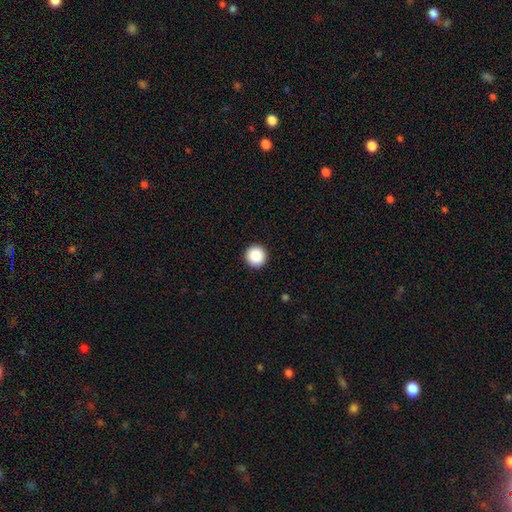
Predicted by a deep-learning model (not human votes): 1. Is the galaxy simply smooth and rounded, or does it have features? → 88% smooth, 9% star or artifact, 3% featured or disk.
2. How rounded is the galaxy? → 97% round, 2% in between, 1% cigar-shaped.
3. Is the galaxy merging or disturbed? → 94% none, 4% minor disturbance, 1% major disturbance, 1% merger.